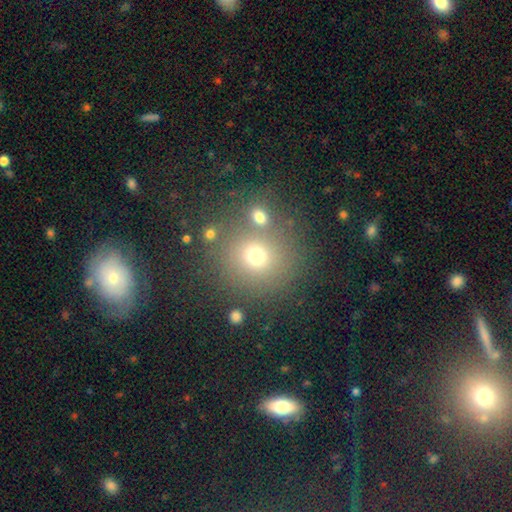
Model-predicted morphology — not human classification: Q: Smooth or featured?
A: smooth (68%); runner-up: star or artifact (20%)
Q: How rounded?
A: round (90%); runner-up: in between (9%)
Q: Merging?
A: none (72%); runner-up: merger (15%)